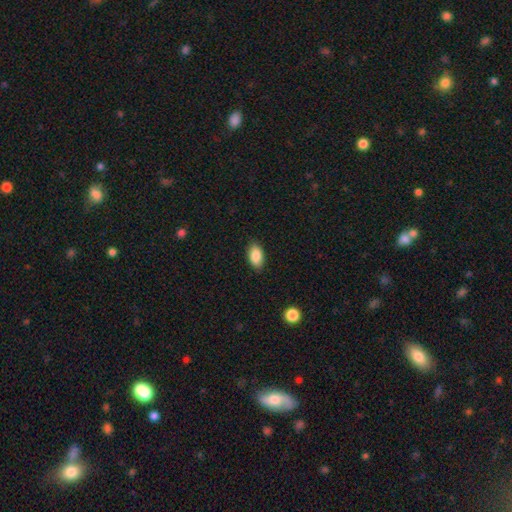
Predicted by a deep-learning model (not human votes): Q: Smooth or featured?
A: smooth (87%); runner-up: star or artifact (7%)
Q: How rounded?
A: in between (93%); runner-up: round (5%)
Q: Merging?
A: none (87%); runner-up: minor disturbance (10%)